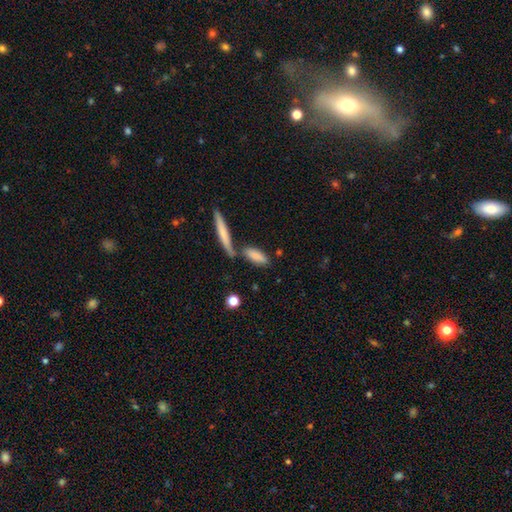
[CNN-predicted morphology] This is clearly a smooth galaxy (80%). How rounded: possibly in between (51%). Merging: possibly none (56%).